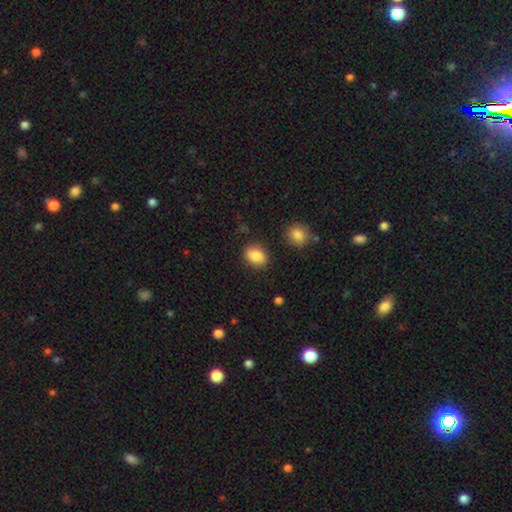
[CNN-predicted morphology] Smooth or featured? Predicted: smooth (p=0.85). How rounded? Predicted: in between (p=0.67). Merging? Predicted: none (p=0.86).